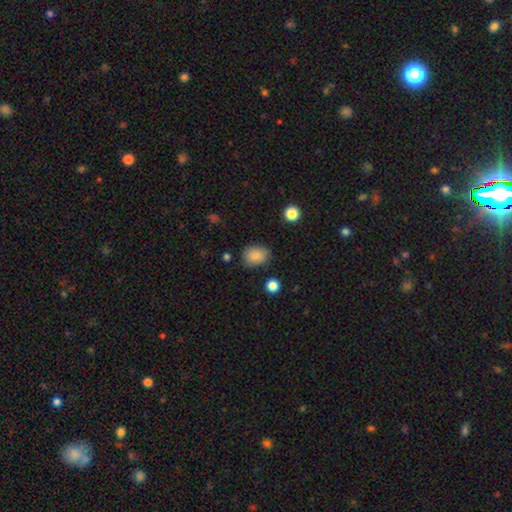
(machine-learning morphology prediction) A smooth galaxy with no disk features (86%) that is in between round and cigar-shaped (66%). Merging: none (79%).